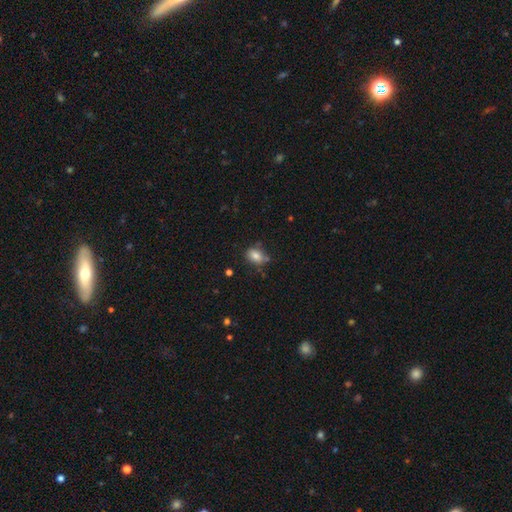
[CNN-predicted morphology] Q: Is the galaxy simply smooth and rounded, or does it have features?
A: smooth — 80%.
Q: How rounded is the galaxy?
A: in between — 70%.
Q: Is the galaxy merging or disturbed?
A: none — 68%.